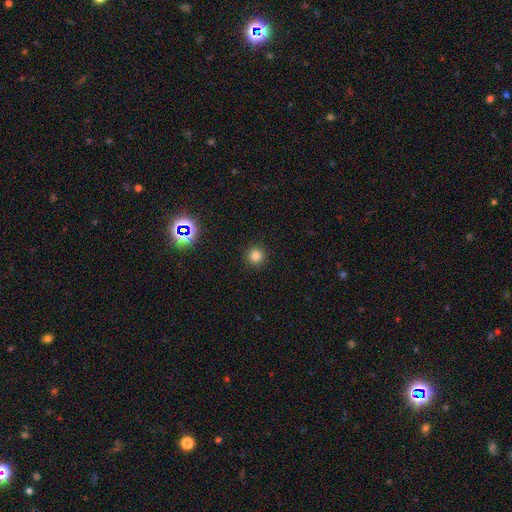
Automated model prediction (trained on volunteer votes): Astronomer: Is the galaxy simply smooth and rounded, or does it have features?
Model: smooth — 80%.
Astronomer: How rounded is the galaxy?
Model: round — 95%.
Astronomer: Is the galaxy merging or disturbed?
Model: none — 92%.